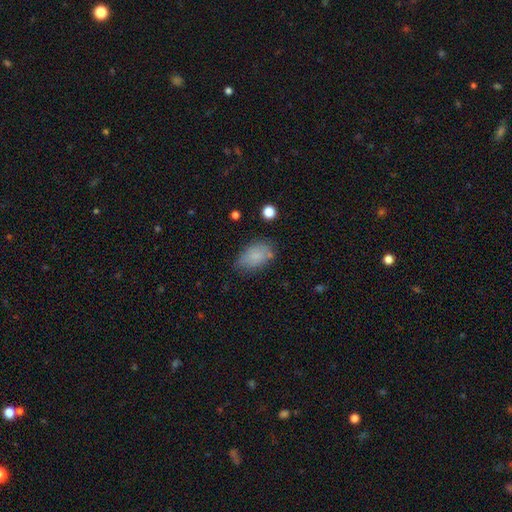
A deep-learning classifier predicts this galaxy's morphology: This appears to be a smooth galaxy with no disk features (81%) that is in between round and cigar-shaped (90%). Merging: none (66%).